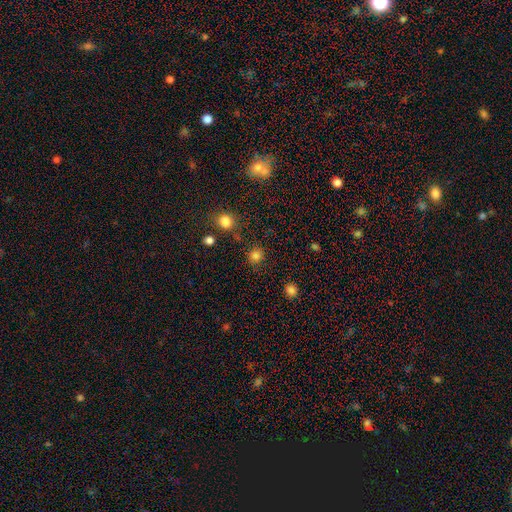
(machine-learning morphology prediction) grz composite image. It shows a smooth galaxy with no disk features (81%) that is round (90%). Merging: none (84%).